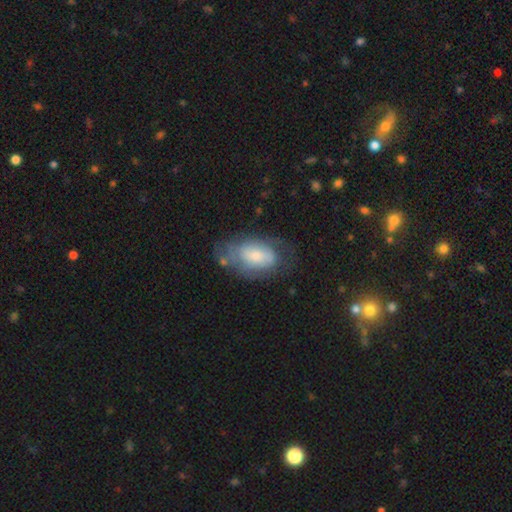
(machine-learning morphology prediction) Q: Smooth or featured?
A: smooth (54%); runner-up: featured or disk (39%)
Q: How rounded?
A: in between (91%); runner-up: round (7%)
Q: Merging?
A: none (48%); runner-up: minor disturbance (29%)